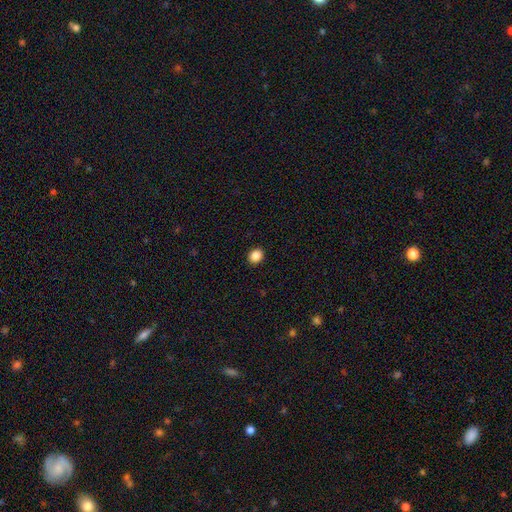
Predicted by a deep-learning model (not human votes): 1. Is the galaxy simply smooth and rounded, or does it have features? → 87% smooth, 10% star or artifact, 3% featured or disk.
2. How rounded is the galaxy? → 59% round, 41% in between, 1% cigar-shaped.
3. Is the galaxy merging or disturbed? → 92% none, 6% minor disturbance, 2% major disturbance, 1% merger.